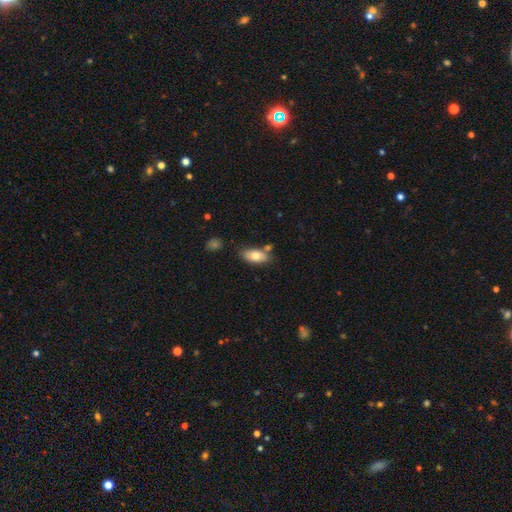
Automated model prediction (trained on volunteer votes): Smooth or featured? Predicted: smooth (p=0.77). How rounded? Predicted: in between (p=0.90). Merging? Predicted: none (p=0.68).